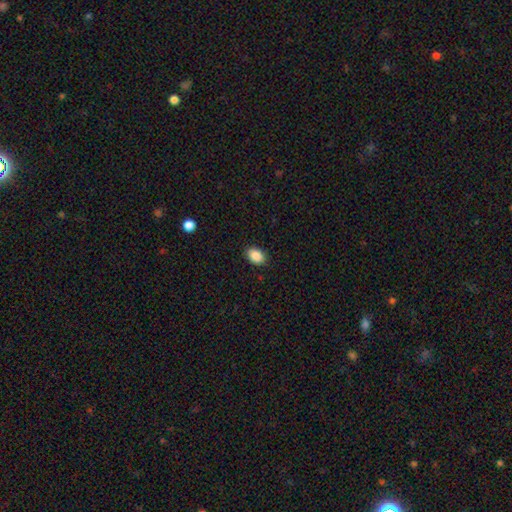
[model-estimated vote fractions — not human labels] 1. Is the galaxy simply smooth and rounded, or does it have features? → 89% smooth, 8% star or artifact, 3% featured or disk.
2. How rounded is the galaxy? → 83% in between, 16% round, 1% cigar-shaped.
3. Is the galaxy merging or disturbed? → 89% none, 8% minor disturbance, 2% major disturbance, 1% merger.